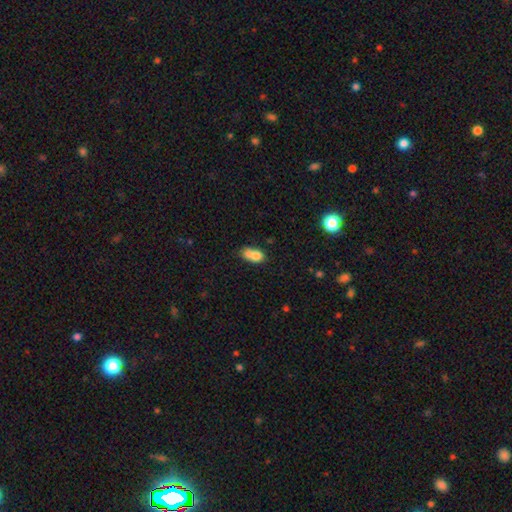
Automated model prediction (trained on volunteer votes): A smooth galaxy with no disk features (72%) that is in between round and cigar-shaped (60%). Merging: merger (60%).